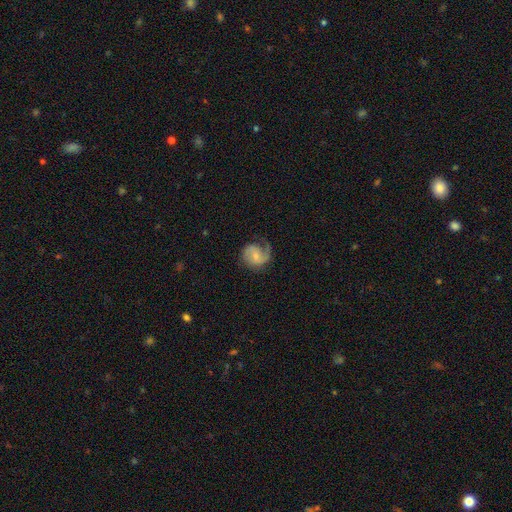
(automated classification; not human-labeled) This appears to be a featured or disk galaxy (71%) with no bar (58%), 1 (47%) medium (44%) spiral arms (93%) and a small central bulge (64%). Merging: none (56%).